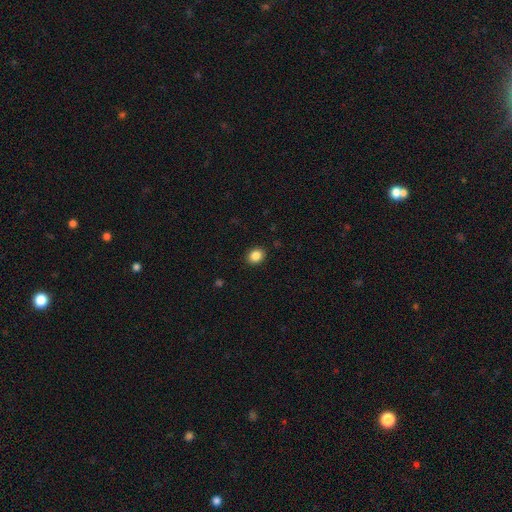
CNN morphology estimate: smooth 87%, star or artifact 10%, featured or disk 4%. Down the decision tree: how rounded — round (57%); merging — none (90%).